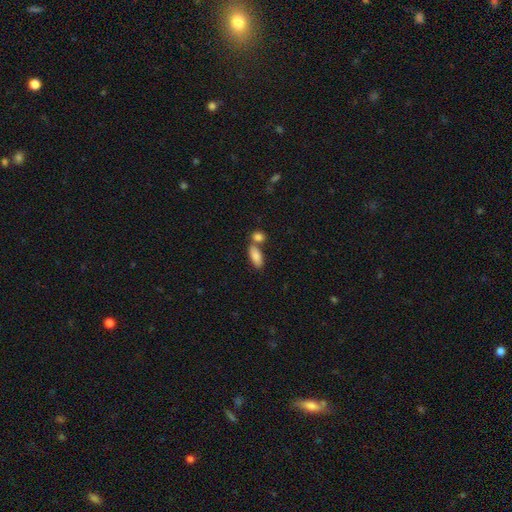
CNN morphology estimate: This appears to be a smooth galaxy with no disk features (85%) that is in between round and cigar-shaped (80%). Merging: none (55%).